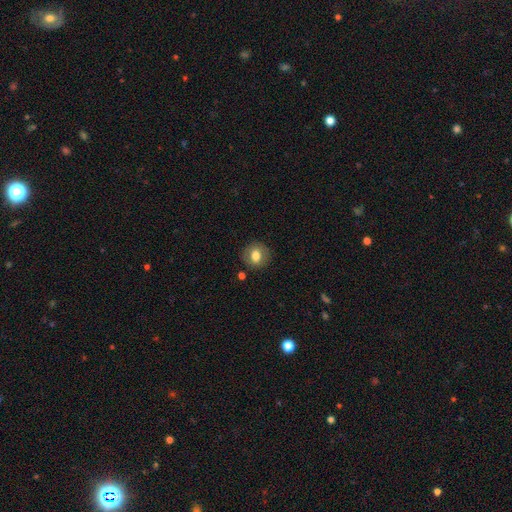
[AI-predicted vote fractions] Morphology: type=smooth (75%); roundness=round (74%); merging=none (86%).